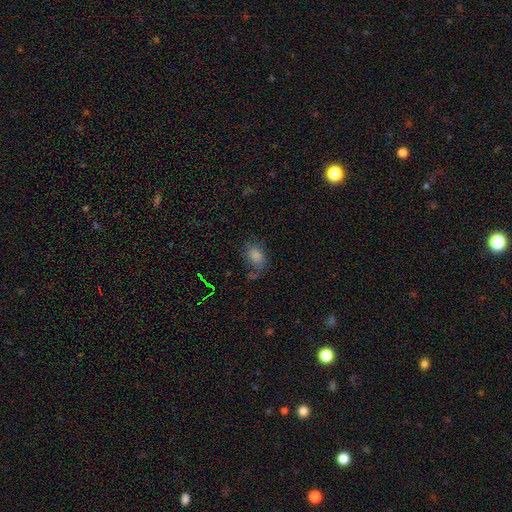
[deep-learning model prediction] This appears to be a smooth galaxy with no disk features (75%) that is in between round and cigar-shaped (82%). Merging: none (55%).